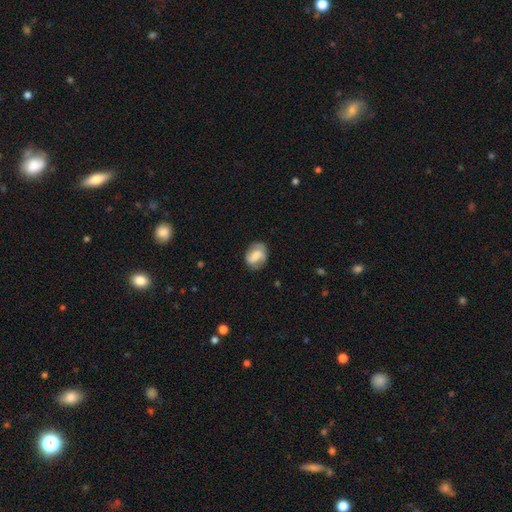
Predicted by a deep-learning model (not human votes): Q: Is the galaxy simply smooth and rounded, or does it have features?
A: smooth — 57%.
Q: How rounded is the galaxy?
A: in between — 61%.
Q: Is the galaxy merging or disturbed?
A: none — 61%.